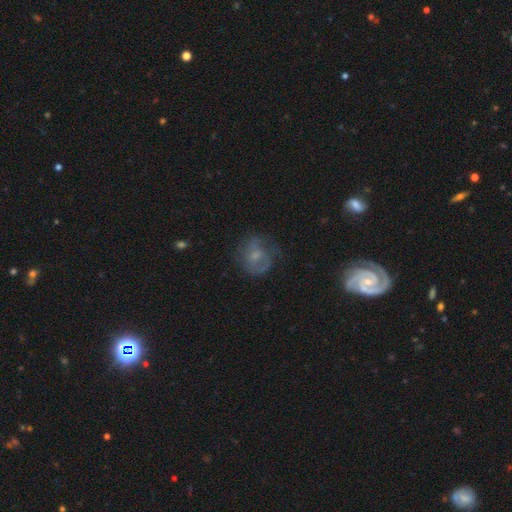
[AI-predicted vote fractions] Smooth or featured? featured or disk (50%)
Merging? none (60%)